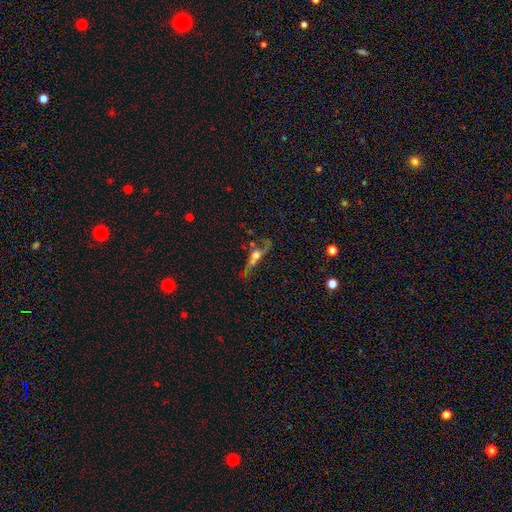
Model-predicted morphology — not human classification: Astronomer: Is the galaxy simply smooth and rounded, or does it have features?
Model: featured or disk — 57%.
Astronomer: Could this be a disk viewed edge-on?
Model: yes — 65%.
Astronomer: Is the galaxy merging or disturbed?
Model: none — 44% (runner-up: major disturbance, 22%).